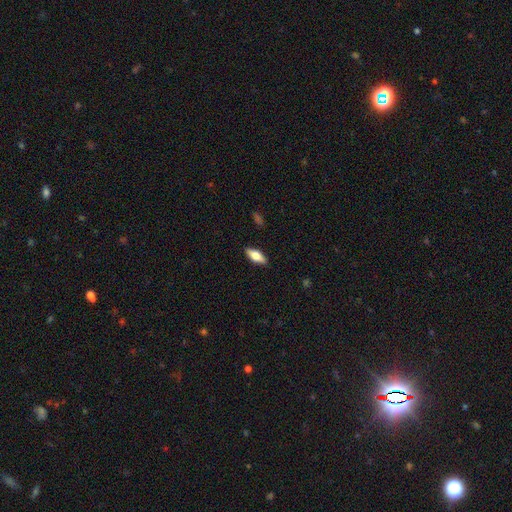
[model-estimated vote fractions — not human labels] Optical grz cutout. It shows a smooth galaxy with no disk features (66%) that is in between round and cigar-shaped (75%). Merging: none (88%).